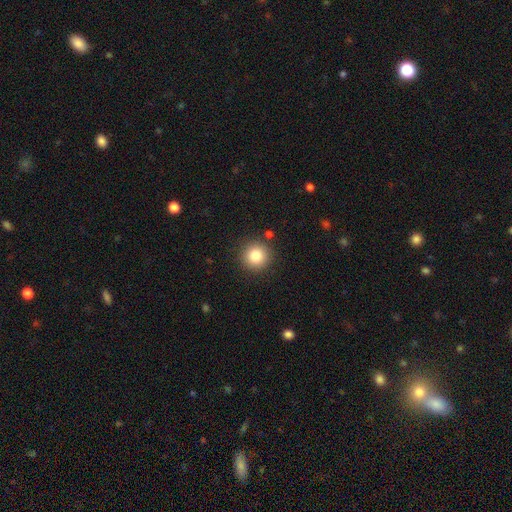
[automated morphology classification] This appears to be a smooth galaxy with no disk features (83%) that is round (94%). Merging: none (89%).